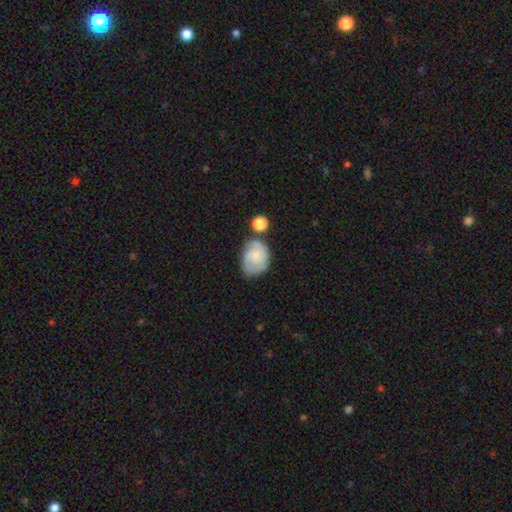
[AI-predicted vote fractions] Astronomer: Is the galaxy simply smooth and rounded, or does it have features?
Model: featured or disk — 46%, tied with smooth at 46%.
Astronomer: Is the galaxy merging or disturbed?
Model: none — 54%.